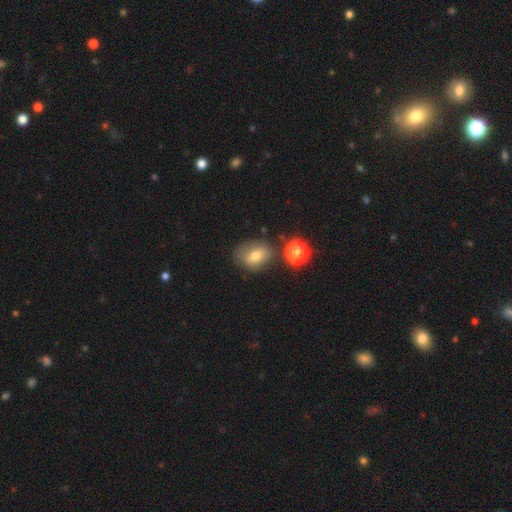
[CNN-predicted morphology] The model was most divided on "how rounded": in between: 57%, round: 41%, cigar-shaped: 1%. More confident: smooth or featured — smooth (69%); merging — none (64%).